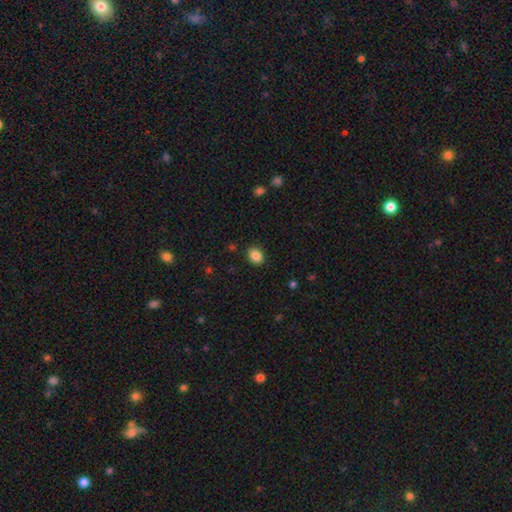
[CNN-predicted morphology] Smooth or featured?
  - smooth: 86% *
  - star or artifact: 9%
  - featured or disk: 4%
How rounded?
  - in between: 50% * (tied)
  - round: 50% * (tied)
  - cigar-shaped: 1%
Merging?
  - none: 89% *
  - minor disturbance: 7%
  - major disturbance: 2%
  - merger: 1%